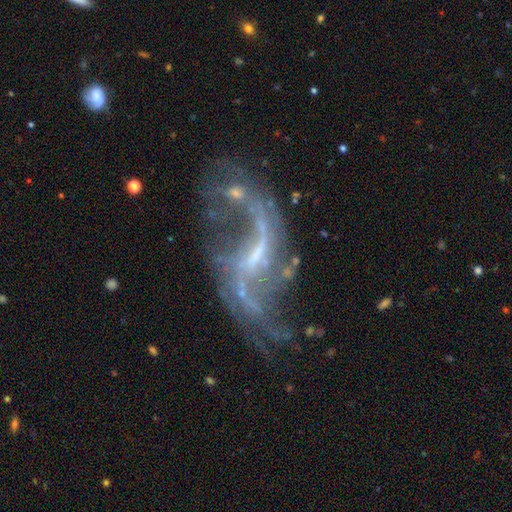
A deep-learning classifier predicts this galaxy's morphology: Overall: featured or disk (87%). Edge-on disk: no (96%). Bar: weak (49%; strong 29%). Spiral arms: yes (91%). Spiral arm count: 2 (78%). Spiral winding: loose (90%). Bulge size: small (55%; none 30%). Merging: none (45%; major disturbance 25%).